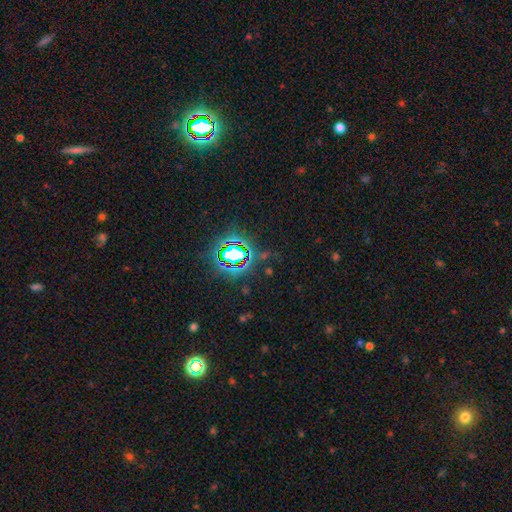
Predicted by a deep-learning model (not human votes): The model was most divided on "smooth or featured": star or artifact: 81%, smooth: 11%, featured or disk: 8%.